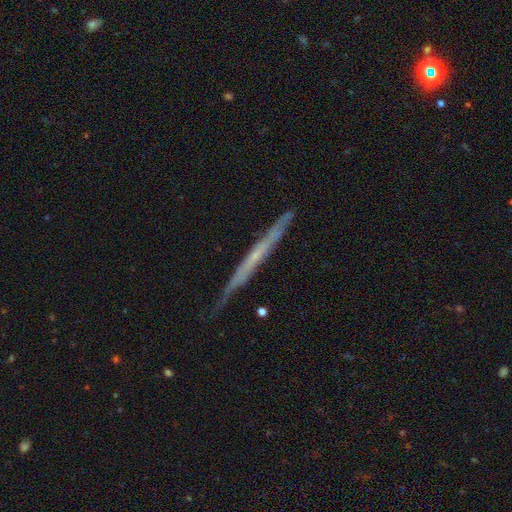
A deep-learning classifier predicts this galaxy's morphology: smooth_or_featured: featured or disk (p=0.64) [alt: smooth p=0.30]
disk_edge_on: yes (p=0.95) [alt: no p=0.05]
edge_on_bulge: none (p=0.80) [alt: rounded p=0.15]
merging: none (p=0.82) [alt: minor disturbance p=0.14]